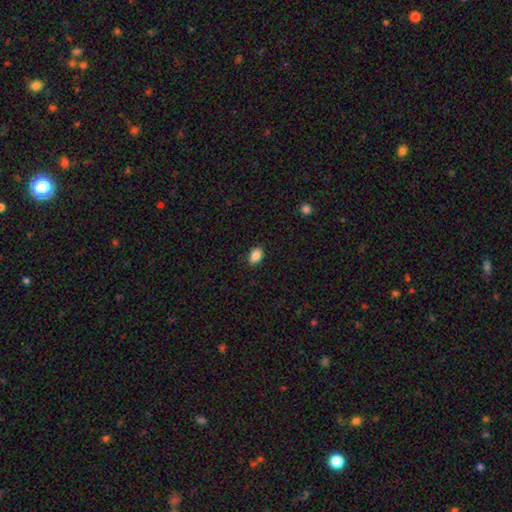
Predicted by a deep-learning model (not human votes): This is clearly a smooth galaxy (88%). How rounded: clearly in between (86%). Merging: clearly none (88%).